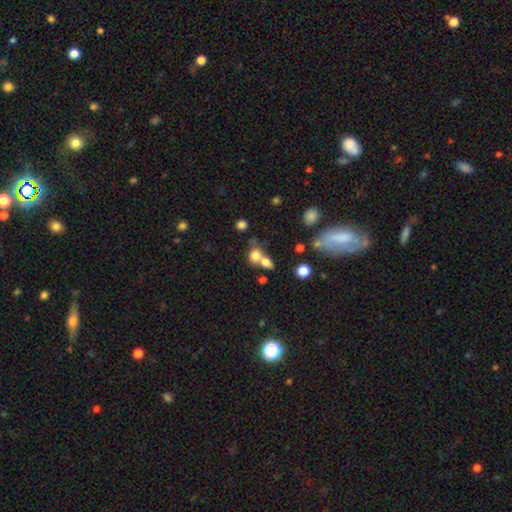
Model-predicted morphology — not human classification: The model was most divided on "how rounded": round: 57%, in between: 41%, cigar-shaped: 2%. More confident: smooth or featured — smooth (74%); merging — merger (56%).